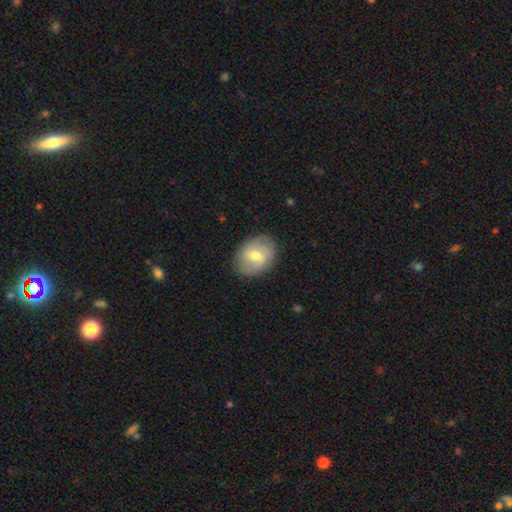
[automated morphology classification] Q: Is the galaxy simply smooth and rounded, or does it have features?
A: smooth — 55%.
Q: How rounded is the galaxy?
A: in between — 63%.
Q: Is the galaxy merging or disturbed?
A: none — 81%.